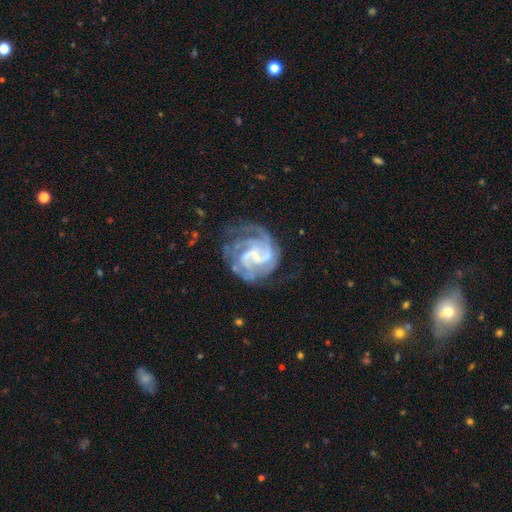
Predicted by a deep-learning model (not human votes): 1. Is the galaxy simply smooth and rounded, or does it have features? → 89% featured or disk, 6% smooth, 5% star or artifact.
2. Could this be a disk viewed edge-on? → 98% no, 2% yes.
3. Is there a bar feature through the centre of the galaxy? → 54% weak, 27% no, 19% strong.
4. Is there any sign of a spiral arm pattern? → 96% yes, 4% no.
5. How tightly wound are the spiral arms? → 45% medium, 42% tight, 13% loose.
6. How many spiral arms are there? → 41% 2, 23% 3, 19% can't tell, 7% 4, 6% 1, 5% more than 4.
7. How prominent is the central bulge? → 58% small, 21% moderate, 18% none, 2% large, 1% dominant.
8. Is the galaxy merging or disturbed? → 56% none, 21% major disturbance, 21% minor disturbance, 3% merger.